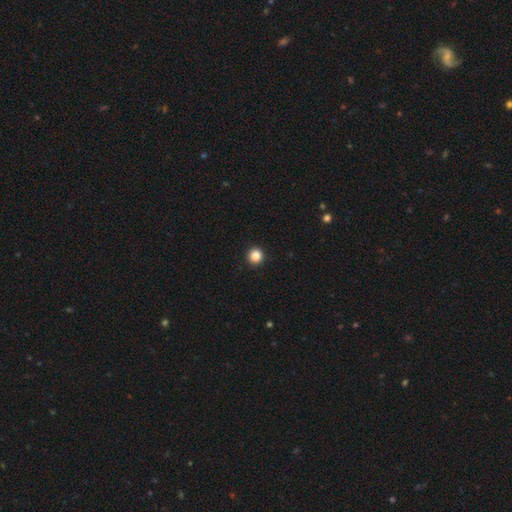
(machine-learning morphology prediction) Q: Smooth or featured?
A: smooth (86%); runner-up: star or artifact (11%)
Q: How rounded?
A: round (95%); runner-up: in between (4%)
Q: Merging?
A: none (94%); runner-up: minor disturbance (4%)